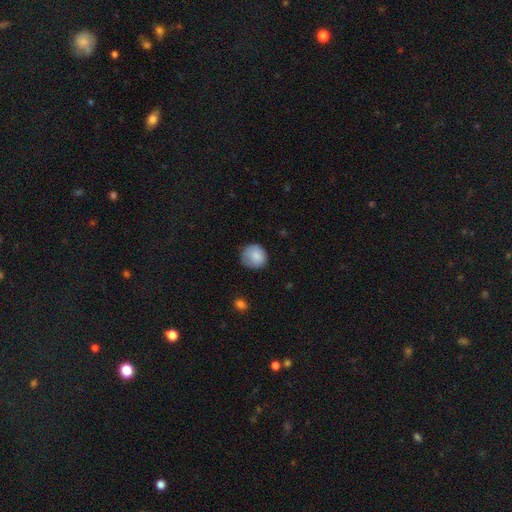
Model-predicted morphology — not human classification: Smooth or featured: smooth — 85% (featured or disk — 7%)
How rounded: round — 87% (in between — 12%)
Merging: none — 71% (minor disturbance — 22%)